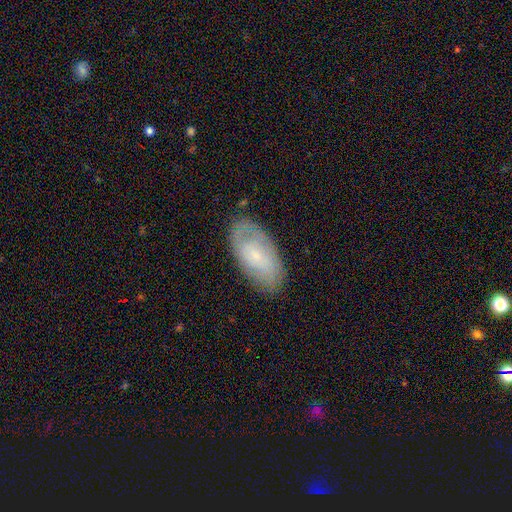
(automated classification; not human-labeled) Smooth or featured? smooth (49%)
Merging? none (77%)